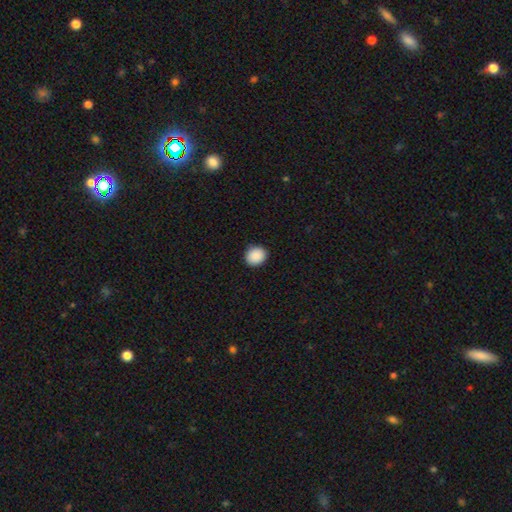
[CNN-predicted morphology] Smooth or featured? Predicted: smooth (p=0.90). How rounded? Predicted: round (p=0.71). Merging? Predicted: none (p=0.91).